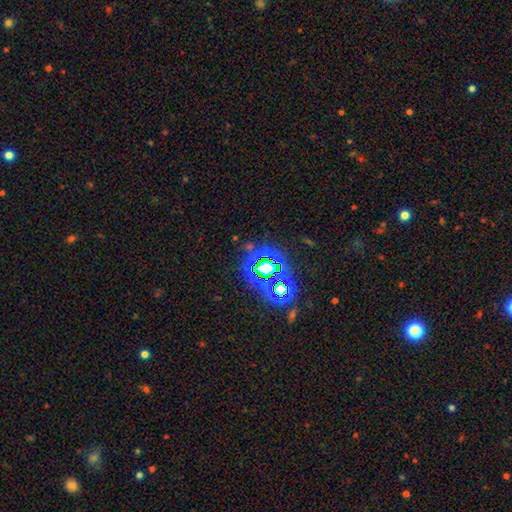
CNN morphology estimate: A star or artifact, not a galaxy (70%).

Vote fractions:
- Smooth or featured? star or artifact: 70% / smooth: 20% / featured or disk: 10%